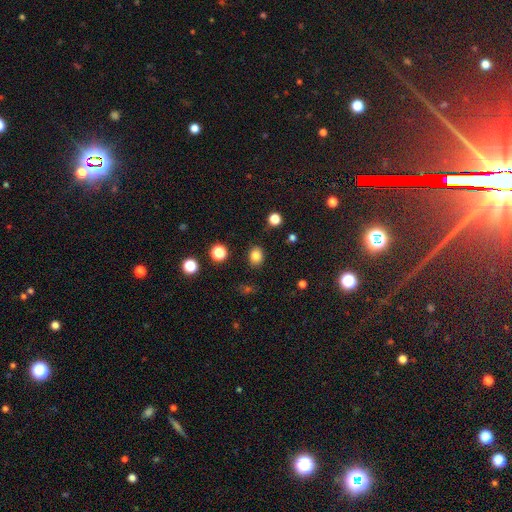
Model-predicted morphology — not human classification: smooth 82%, star or artifact 12%, featured or disk 5%. Down the decision tree: how rounded — round (52%); merging — none (87%).